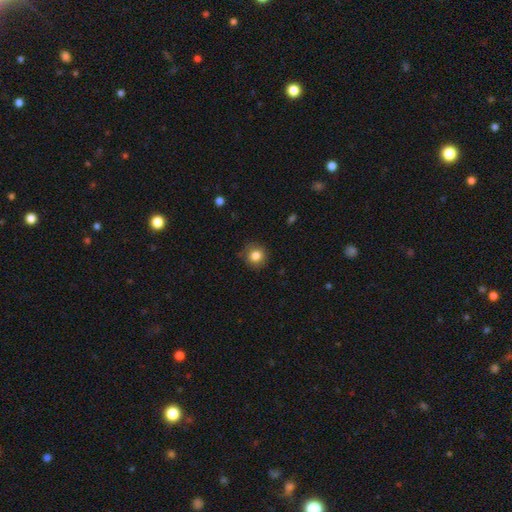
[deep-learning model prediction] Smooth or featured: smooth — 83% (star or artifact — 10%)
How rounded: round — 87% (in between — 12%)
Merging: none — 83% (minor disturbance — 13%)